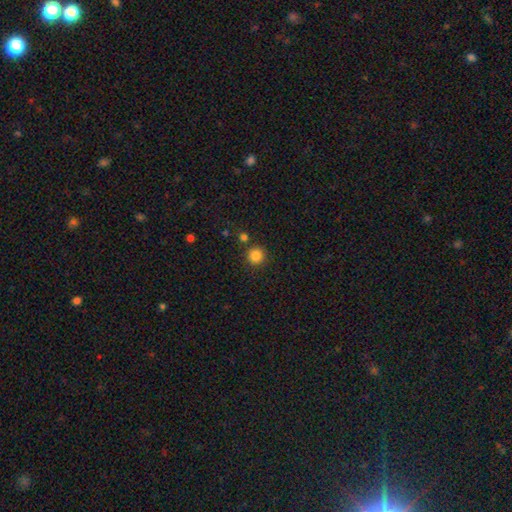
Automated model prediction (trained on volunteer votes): smooth 84%, star or artifact 12%, featured or disk 4%. Down the decision tree: how rounded — round (94%); merging — none (87%).